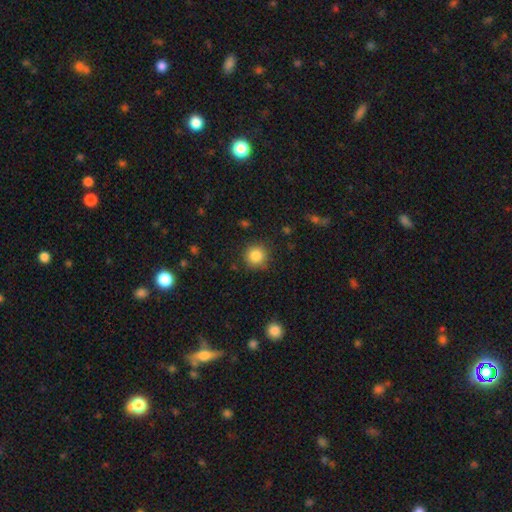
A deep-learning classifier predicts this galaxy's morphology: This is clearly a smooth galaxy (85%). How rounded: clearly round (93%). Merging: clearly none (87%).